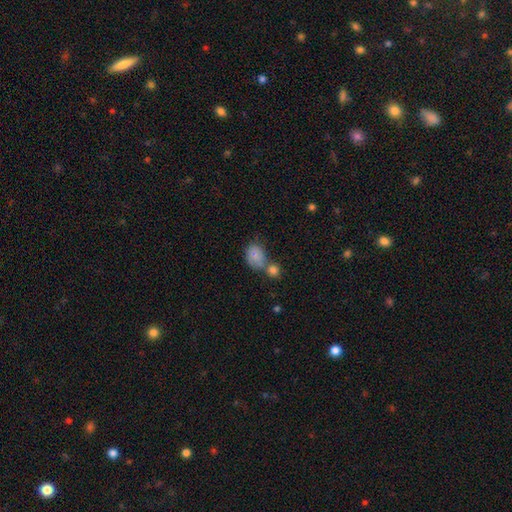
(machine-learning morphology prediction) smooth_or_featured: smooth (p=0.79) [alt: featured or disk p=0.13]
how_rounded: in between (p=0.62) [alt: round p=0.37]
merging: merger (p=0.45) [alt: none p=0.34]